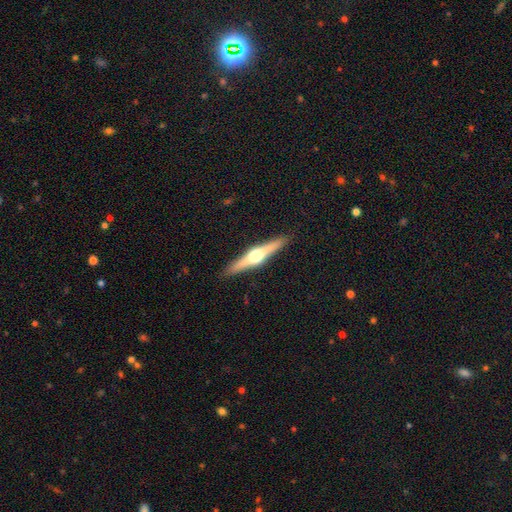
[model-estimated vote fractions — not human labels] smooth_or_featured: featured or disk (p=0.73) [alt: smooth p=0.21]
disk_edge_on: yes (p=0.98) [alt: no p=0.02]
edge_on_bulge: rounded (p=0.95) [alt: boxy p=0.03]
merging: none (p=0.91) [alt: minor disturbance p=0.07]